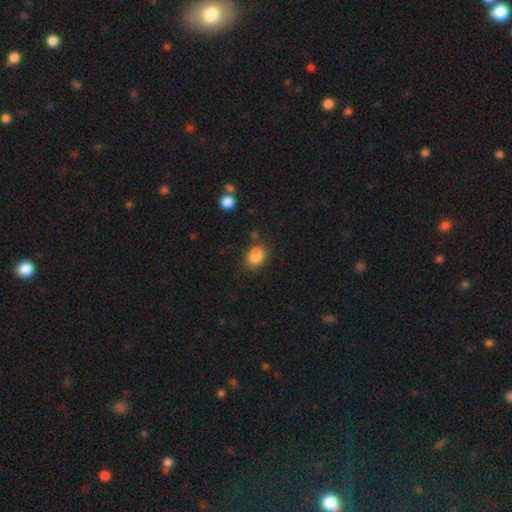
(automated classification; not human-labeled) Smooth or featured? smooth (85%)
How rounded? in between (62%)
Merging? none (70%)